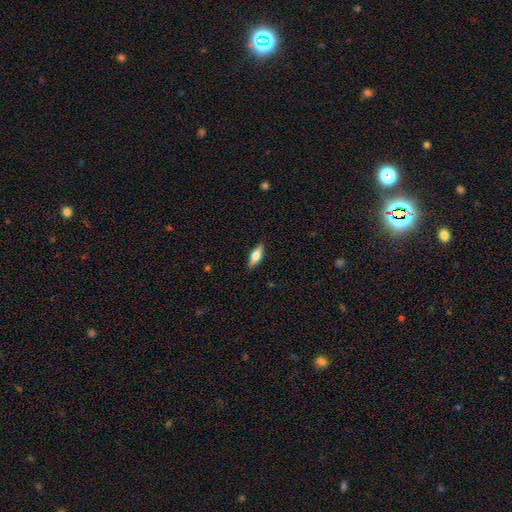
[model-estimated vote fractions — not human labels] Smooth or featured? smooth (62%)
How rounded? in between (59%)
Merging? none (88%)